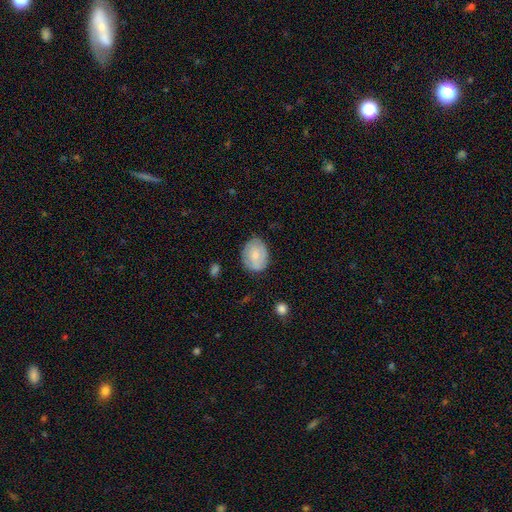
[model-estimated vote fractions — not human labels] smooth 60%, featured or disk 33%, star or artifact 7%. Down the decision tree: how rounded — round (51%); merging — none (72%).